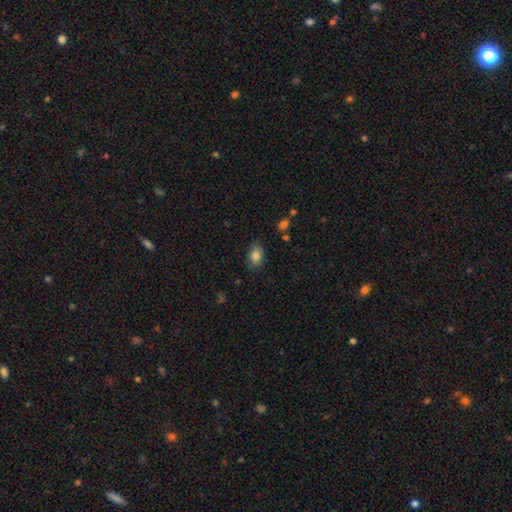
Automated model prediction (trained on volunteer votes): Smooth or featured?
  - smooth: 84% *
  - star or artifact: 9%
  - featured or disk: 8%
How rounded?
  - in between: 81% *
  - round: 18%
  - cigar-shaped: 1%
Merging?
  - none: 74% *
  - minor disturbance: 20%
  - major disturbance: 4%
  - merger: 2%